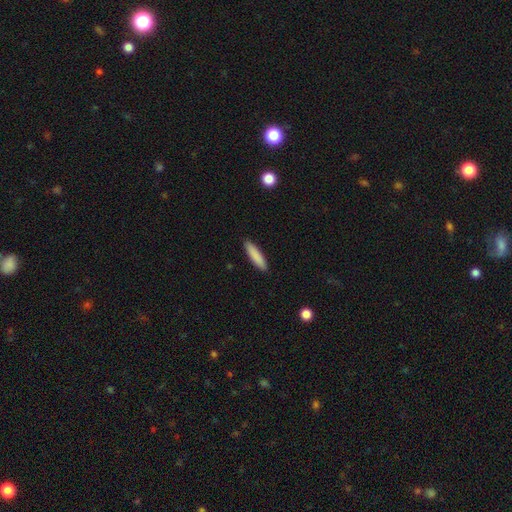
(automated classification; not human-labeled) smooth_or_featured: smooth (p=0.87) [alt: featured or disk p=0.08]
how_rounded: cigar-shaped (p=0.78) [alt: in between p=0.21]
merging: none (p=0.90) [alt: minor disturbance p=0.07]